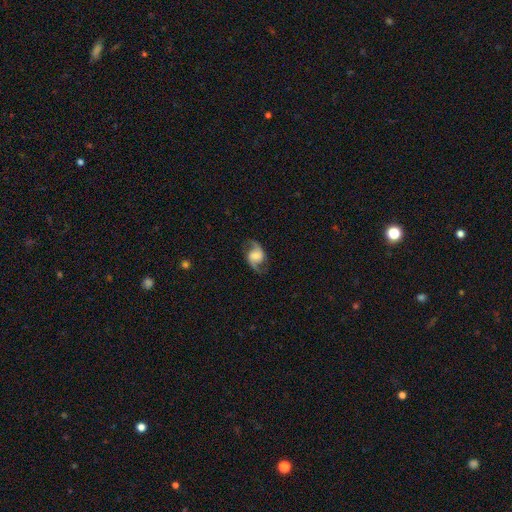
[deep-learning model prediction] Q: Smooth or featured?
A: featured or disk (80%); runner-up: smooth (13%)
Q: Edge-on disk?
A: no (97%); runner-up: yes (3%)
Q: Bar?
A: no (49%); runner-up: weak (39%)
Q: Spiral arms?
A: yes (96%); runner-up: no (4%)
Q: Spiral winding?
A: loose (54%); runner-up: medium (37%)
Q: Spiral arm count?
A: 2 (93%); runner-up: can't tell (2%)
Q: Bulge size?
A: moderate (27%); runner-up: large (26%)
Q: Merging?
A: none (78%); runner-up: minor disturbance (14%)